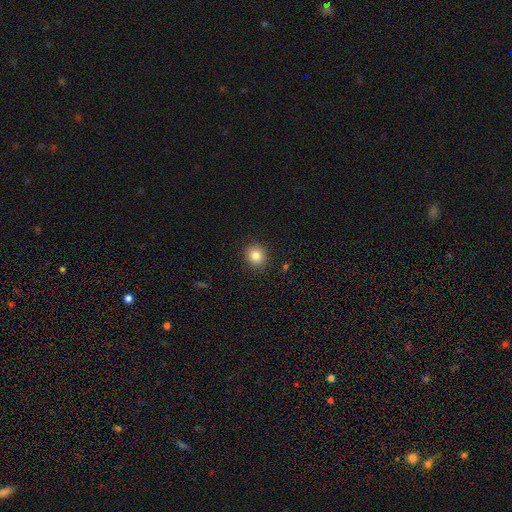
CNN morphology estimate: smooth 85%, star or artifact 10%, featured or disk 5%. Down the decision tree: how rounded — round (87%); merging — none (90%).